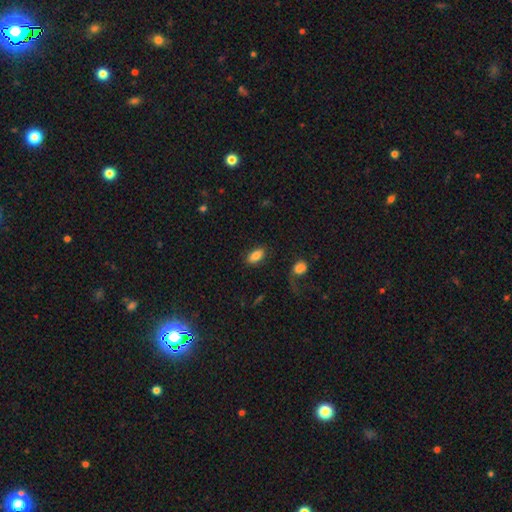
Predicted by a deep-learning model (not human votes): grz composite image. It shows a smooth galaxy with no disk features (83%) that is in between round and cigar-shaped (92%). Merging: none (83%).